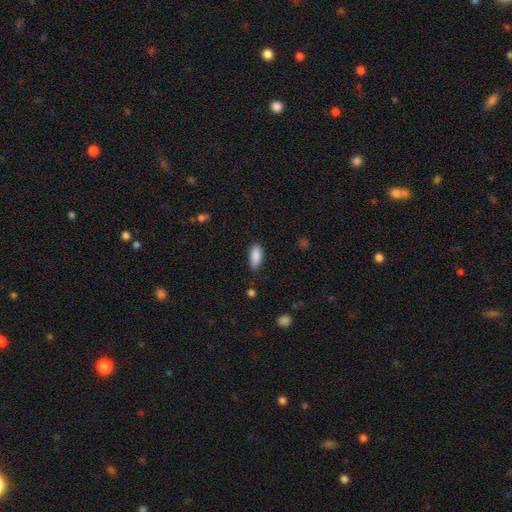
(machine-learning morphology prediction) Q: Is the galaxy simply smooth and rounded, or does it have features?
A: smooth — 87%.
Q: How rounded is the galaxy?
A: in between — 86%.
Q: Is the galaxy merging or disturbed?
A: none — 81%.